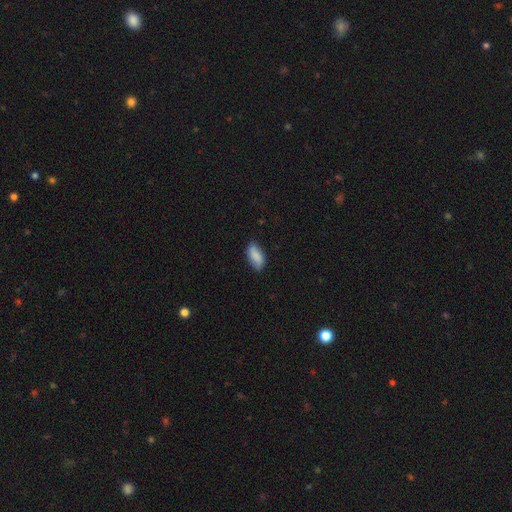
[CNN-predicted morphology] smooth 85%, featured or disk 9%, star or artifact 6%. Down the decision tree: how rounded — in between (88%); merging — none (79%).